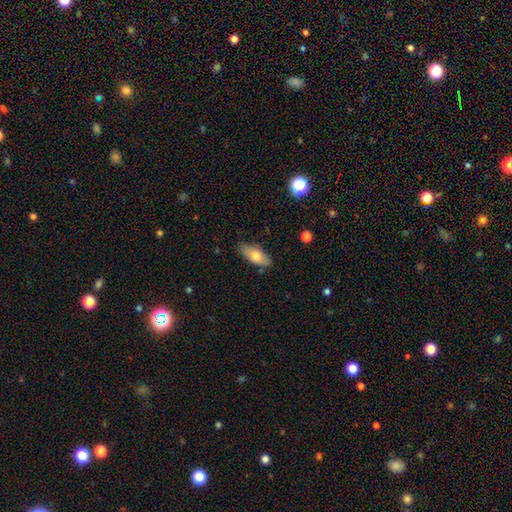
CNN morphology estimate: Overall: smooth (70%). How rounded: in between (85%). Merging: none (82%).